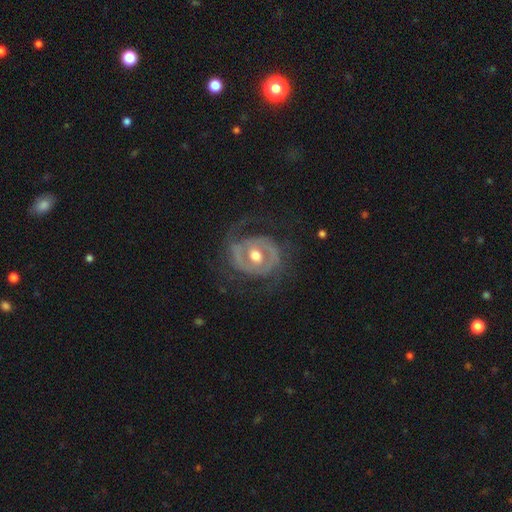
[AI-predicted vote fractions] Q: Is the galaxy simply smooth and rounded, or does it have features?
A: featured or disk — 84%.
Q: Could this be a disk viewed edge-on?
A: no — 97%.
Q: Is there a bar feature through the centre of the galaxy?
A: no — 52%.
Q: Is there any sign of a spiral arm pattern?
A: yes — 82%.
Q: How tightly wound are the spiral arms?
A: tight — 42%.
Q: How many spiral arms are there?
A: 2 — 53%.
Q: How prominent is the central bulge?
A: moderate — 79%.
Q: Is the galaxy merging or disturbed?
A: none — 59%.